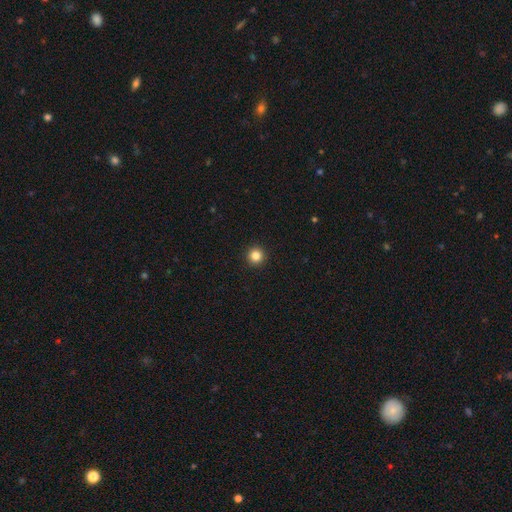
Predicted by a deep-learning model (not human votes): A smooth galaxy with no disk features (84%) that is round (96%). Merging: none (94%).